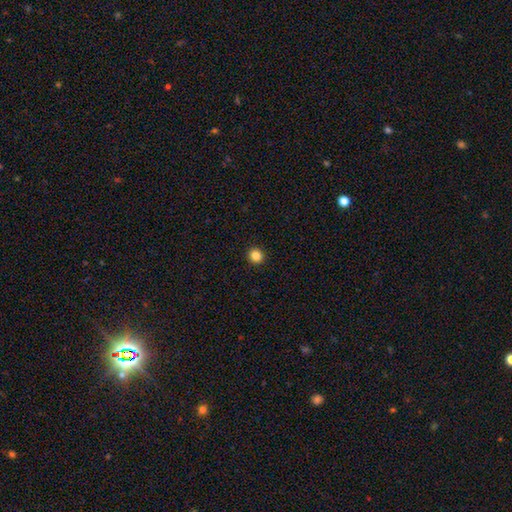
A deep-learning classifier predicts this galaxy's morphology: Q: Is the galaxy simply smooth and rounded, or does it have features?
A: smooth — 85%.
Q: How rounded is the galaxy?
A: round — 91%.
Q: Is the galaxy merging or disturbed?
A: none — 94%.